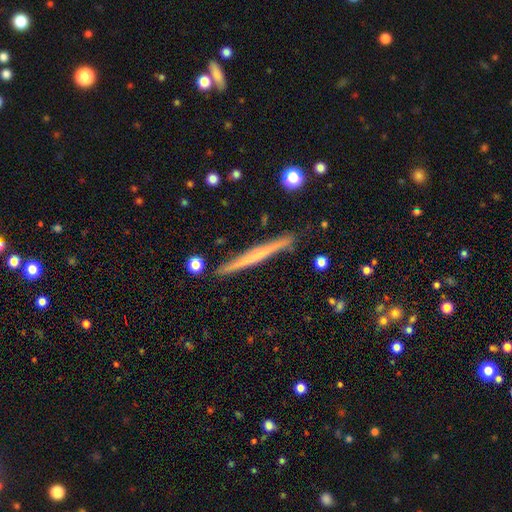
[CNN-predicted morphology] This is possibly a featured or disk galaxy (55%). It is clearly viewed edge-on (98%). Edge-on bulge: likely none (74%). Merging: clearly none (90%).